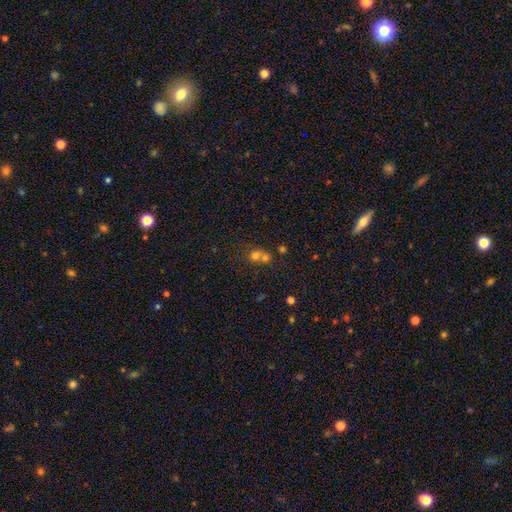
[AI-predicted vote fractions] This appears to be a smooth galaxy with no disk features (64%) that is round (79%). Merging: merger (57%).